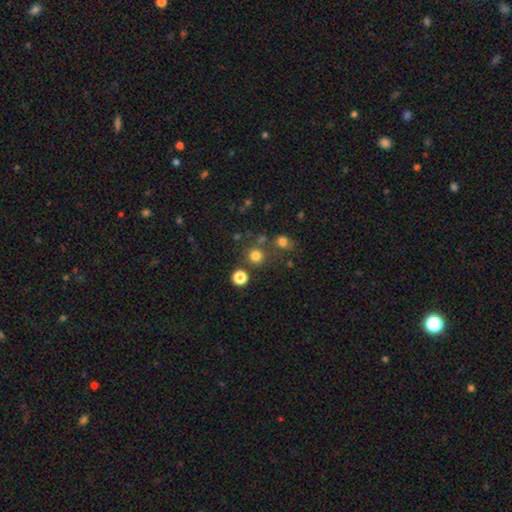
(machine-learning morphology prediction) smooth-or-featured: smooth: 76% | star or artifact: 18% | featured or disk: 6%
  how-rounded: round: 92% | in between: 7% | cigar-shaped: 1%
  merging: none: 75% | merger: 13% | minor disturbance: 8% | major disturbance: 4%